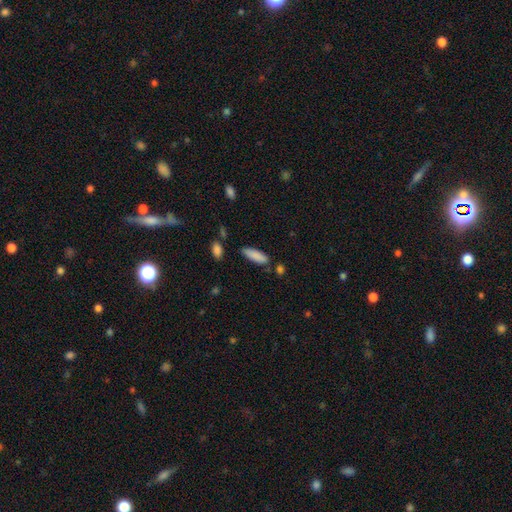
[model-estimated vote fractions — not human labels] Morphology: type=smooth (87%); roundness=in between (51%); merging=none (78%).